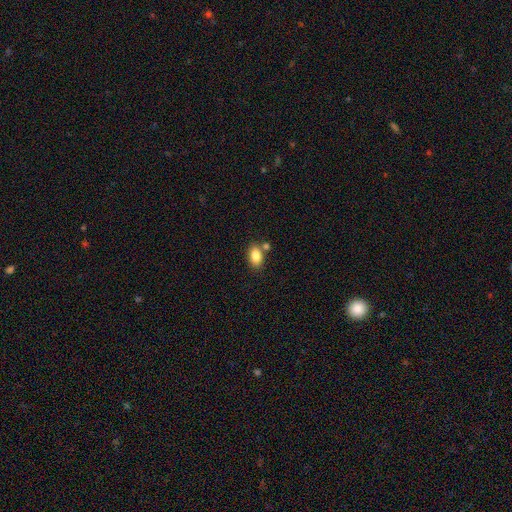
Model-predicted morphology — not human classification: The model was most divided on "merging": none: 67%, merger: 17%, minor disturbance: 12%, major disturbance: 3%. More confident: how rounded — in between (86%); smooth or featured — smooth (85%).